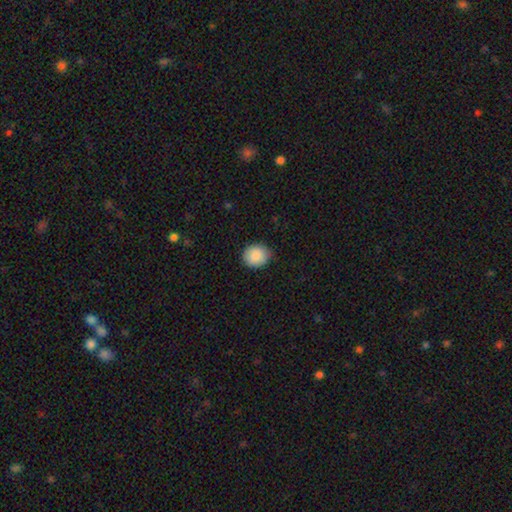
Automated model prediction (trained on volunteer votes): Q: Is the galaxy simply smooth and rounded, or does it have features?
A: smooth — 89%.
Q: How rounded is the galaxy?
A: round — 75%.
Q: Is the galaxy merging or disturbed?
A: none — 84%.